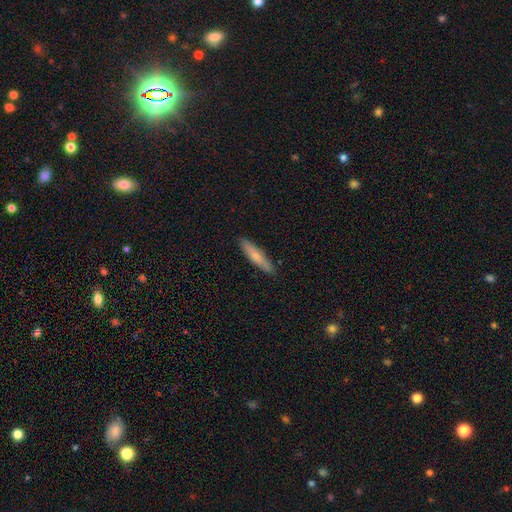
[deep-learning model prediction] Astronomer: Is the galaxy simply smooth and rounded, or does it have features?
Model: smooth — 73%.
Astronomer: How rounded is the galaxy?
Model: cigar-shaped — 86%.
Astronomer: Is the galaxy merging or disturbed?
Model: none — 89%.